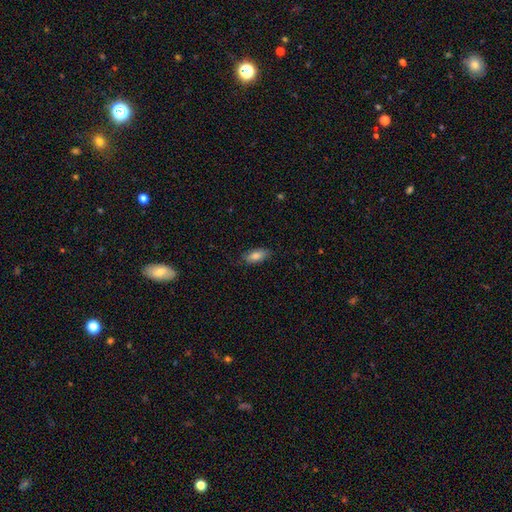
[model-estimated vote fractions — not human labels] A smooth galaxy with no disk features (83%) that is in between round and cigar-shaped (85%). Merging: none (81%).